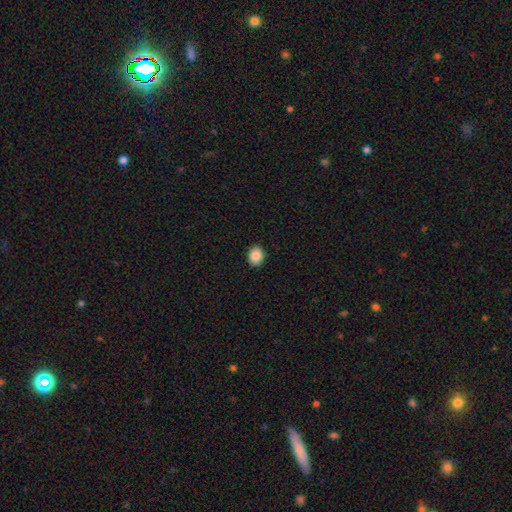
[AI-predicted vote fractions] The model was most divided on "how rounded": round: 50%, in between: 49%, cigar-shaped: 1%. More confident: merging — none (91%); smooth or featured — smooth (88%).